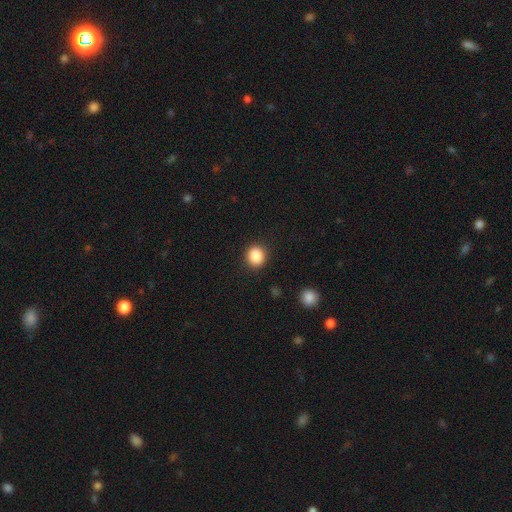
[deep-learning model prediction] smooth 87%, star or artifact 9%, featured or disk 4%. Down the decision tree: how rounded — round (82%); merging — none (90%).